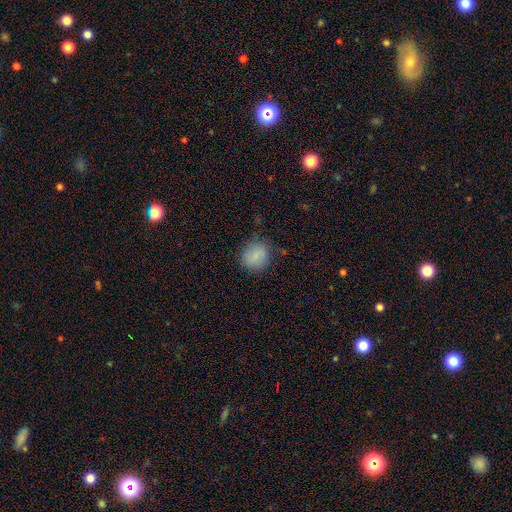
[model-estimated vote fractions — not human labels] Morphology: type=smooth (84%); roundness=round (74%); merging=none (78%).